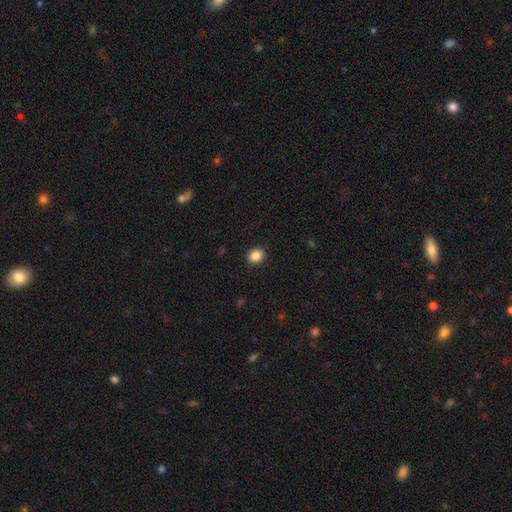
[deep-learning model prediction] Smooth or featured? smooth (87%)
How rounded? round (71%)
Merging? none (92%)